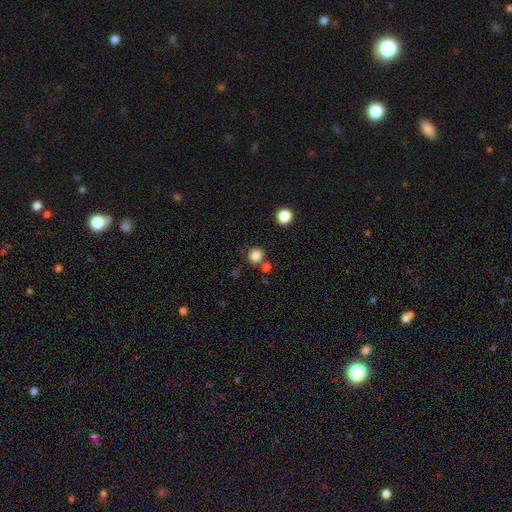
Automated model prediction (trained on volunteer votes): Smooth or featured?
  - smooth: 84% *
  - star or artifact: 12%
  - featured or disk: 4%
How rounded?
  - round: 92% *
  - in between: 7%
  - cigar-shaped: 1%
Merging?
  - none: 78% *
  - merger: 11%
  - minor disturbance: 8%
  - major disturbance: 3%